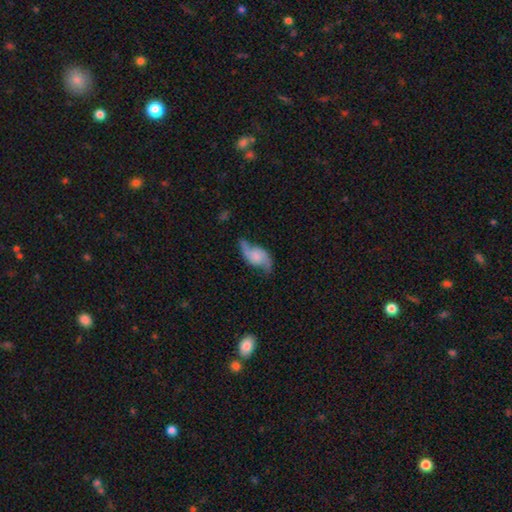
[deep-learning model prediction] smooth_or_featured: featured or disk (p=0.82) [alt: smooth p=0.12]
disk_edge_on: no (p=0.96) [alt: yes p=0.04]
bar: no (p=0.64) [alt: weak p=0.29]
has_spiral_arms: yes (p=0.96) [alt: no p=0.04]
spiral_winding: loose (p=0.74) [alt: medium p=0.21]
spiral_arm_count: 2 (p=0.93) [alt: 1 p=0.02]
bulge_size: none (p=0.45) [alt: small p=0.24]
merging: none (p=0.67) [alt: minor disturbance p=0.19]